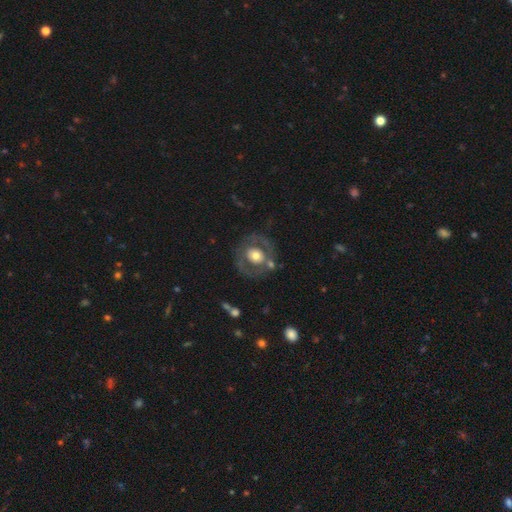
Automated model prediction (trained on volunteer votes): Smooth or featured? Predicted: featured or disk (p=0.53). Edge-on disk? Predicted: no (p=0.96). Bar? Predicted: no (p=0.81). Spiral arms? Predicted: no (p=0.75). Bulge size? Predicted: moderate (p=0.59). Merging? Predicted: none (p=0.70).